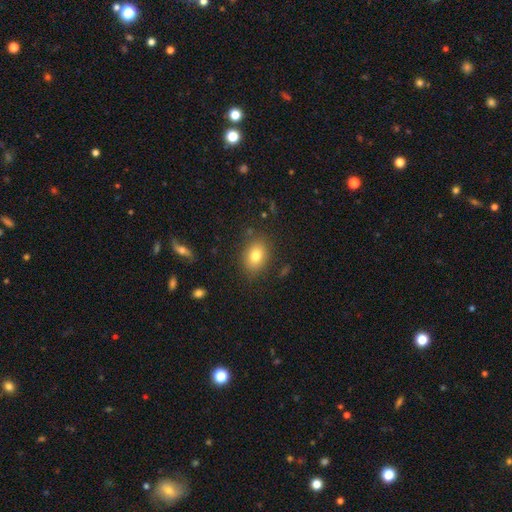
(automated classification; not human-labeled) Smooth or featured?
  - smooth: 79% *
  - featured or disk: 11%
  - star or artifact: 10%
How rounded?
  - in between: 68% *
  - round: 31%
  - cigar-shaped: 1%
Merging?
  - none: 83% *
  - minor disturbance: 12%
  - major disturbance: 4%
  - merger: 2%